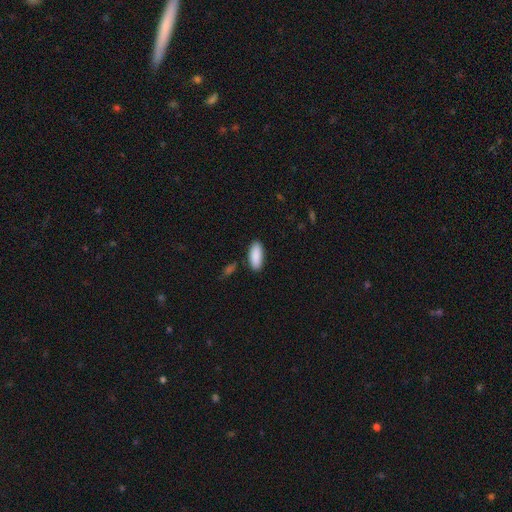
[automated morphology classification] Q: Smooth or featured?
A: smooth (90%); runner-up: star or artifact (6%)
Q: How rounded?
A: in between (84%); runner-up: cigar-shaped (14%)
Q: Merging?
A: none (85%); runner-up: minor disturbance (10%)